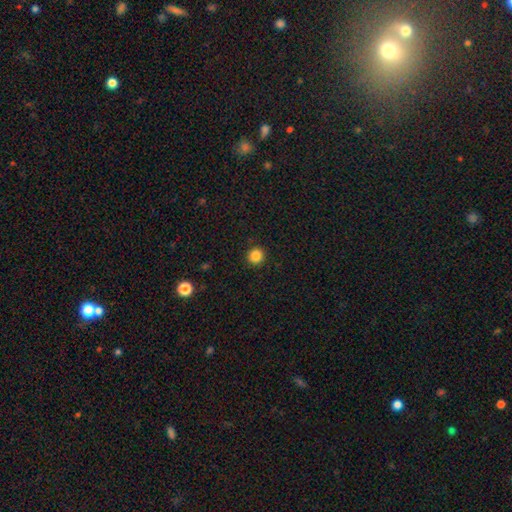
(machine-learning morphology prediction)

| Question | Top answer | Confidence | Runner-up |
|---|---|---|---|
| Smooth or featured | smooth | 86% | star or artifact (11%) |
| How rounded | round | 93% | in between (6%) |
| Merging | none | 91% | minor disturbance (6%) |